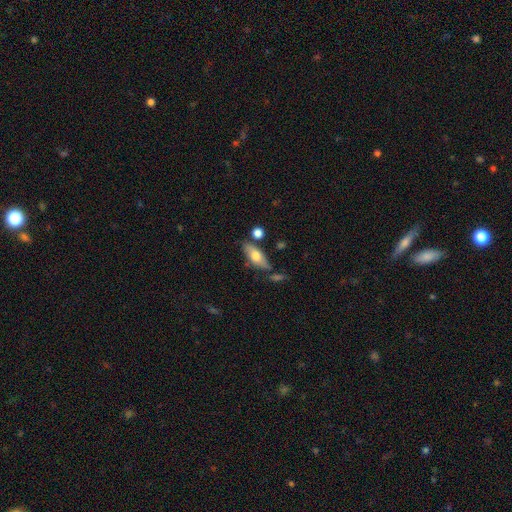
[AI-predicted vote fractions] smooth_or_featured: smooth (p=0.63) [alt: featured or disk p=0.30]
how_rounded: in between (p=0.75) [alt: cigar-shaped p=0.21]
merging: none (p=0.67) [alt: minor disturbance p=0.18]